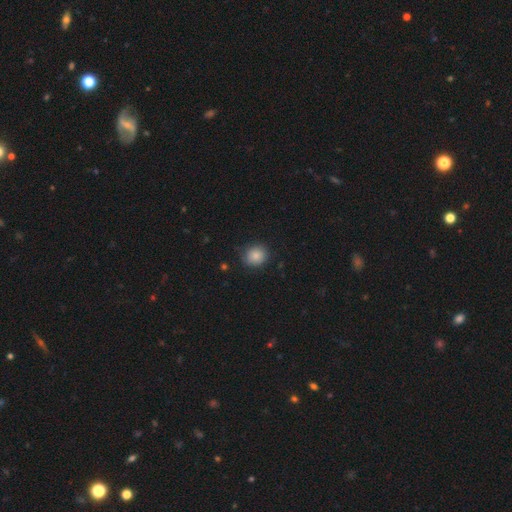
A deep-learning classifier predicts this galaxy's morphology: Smooth or featured? smooth (86%)
How rounded? round (84%)
Merging? none (82%)